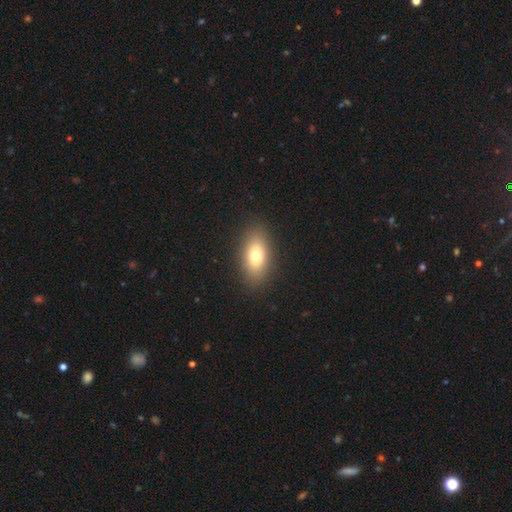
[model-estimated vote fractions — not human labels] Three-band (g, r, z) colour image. It shows a smooth galaxy with no disk features (74%) that is in between round and cigar-shaped (84%). Merging: none (88%).